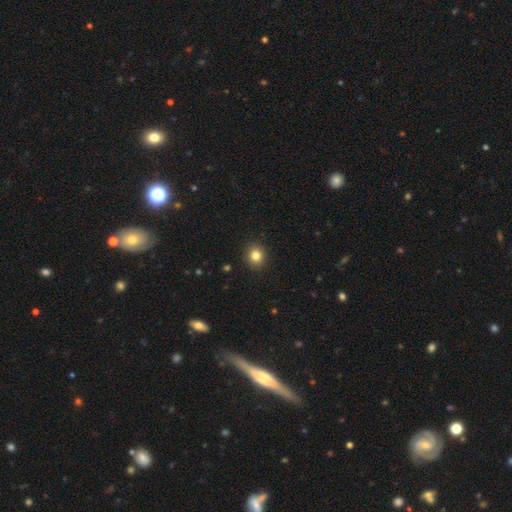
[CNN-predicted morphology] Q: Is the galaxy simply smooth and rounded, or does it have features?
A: smooth — 82%.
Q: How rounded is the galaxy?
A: round — 77%.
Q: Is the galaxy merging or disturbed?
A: none — 91%.